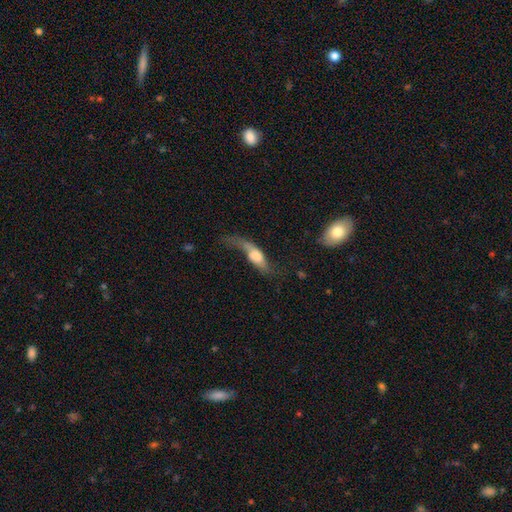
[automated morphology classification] Smooth or featured?
  - featured or disk: 50% *
  - smooth: 42%
  - star or artifact: 8%
Merging?
  - major disturbance: 44% *
  - none: 26%
  - minor disturbance: 22%
  - merger: 7%